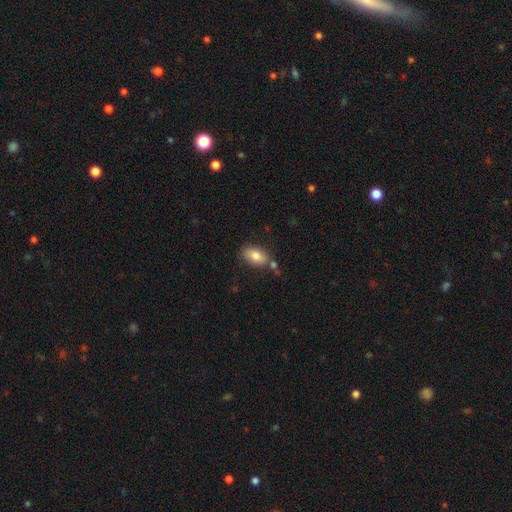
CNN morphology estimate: Overall: smooth (83%). How rounded: in between (91%). Merging: none (69%).